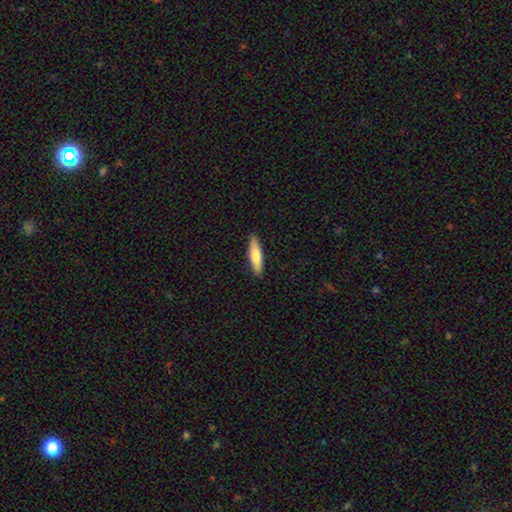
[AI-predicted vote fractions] The model was most divided on "smooth or featured": smooth: 68%, featured or disk: 27%, star or artifact: 5%. More confident: merging — none (90%); how rounded — cigar-shaped (74%).